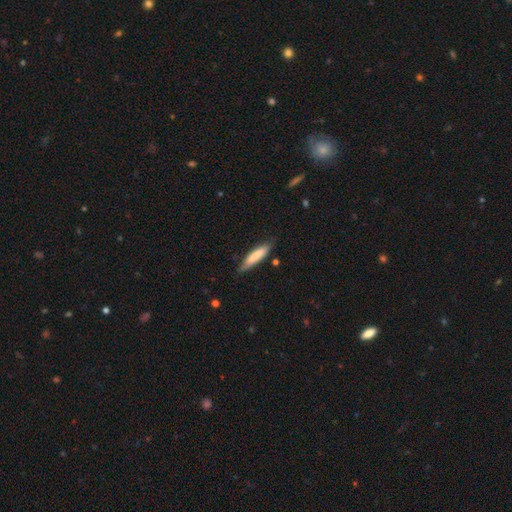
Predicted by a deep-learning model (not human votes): Smooth or featured: smooth — 78% (featured or disk — 16%)
How rounded: cigar-shaped — 81% (in between — 18%)
Merging: none — 75% (minor disturbance — 20%)